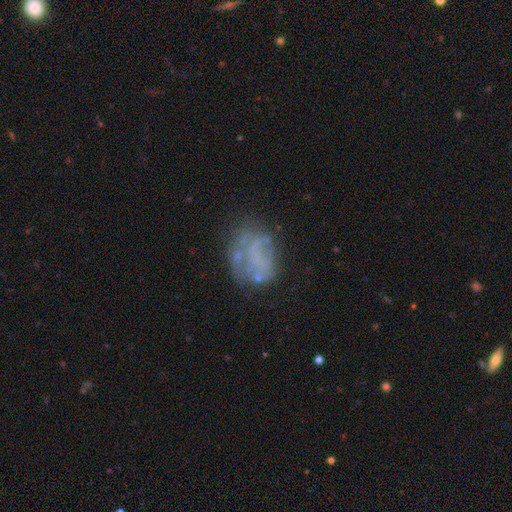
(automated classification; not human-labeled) Smooth or featured?
  - featured or disk: 53% *
  - smooth: 31%
  - star or artifact: 16%
Edge-on disk?
  - no: 98% *
  - yes: 2%
Bar?
  - no: 87% *
  - weak: 9%
  - strong: 4%
Spiral arms?
  - no: 84% *
  - yes: 16%
Bulge size?
  - none: 83% *
  - small: 9%
  - moderate: 4%
  - large: 2%
  - dominant: 1%
Merging?
  - none: 54% *
  - minor disturbance: 21%
  - major disturbance: 19%
  - merger: 5%